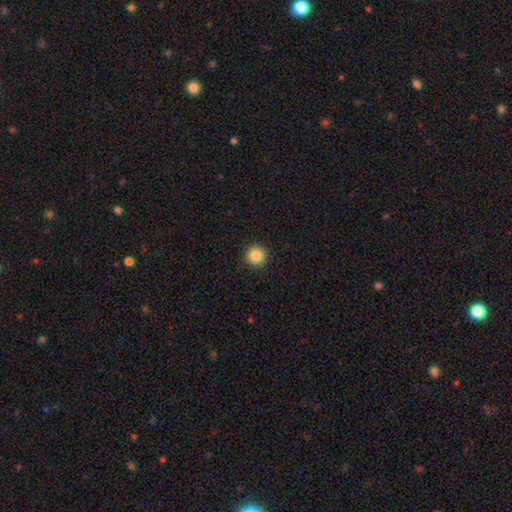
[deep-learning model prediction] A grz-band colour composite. It shows a smooth galaxy with no disk features (85%) that is round (96%). Merging: none (92%).